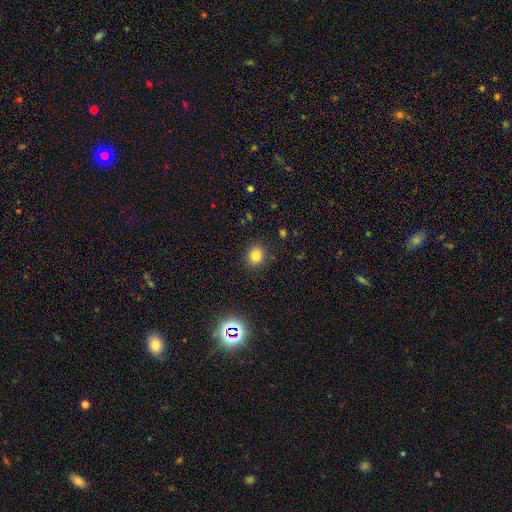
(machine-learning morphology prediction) This appears to be a smooth galaxy with no disk features (80%) that is round (78%). Merging: none (87%).